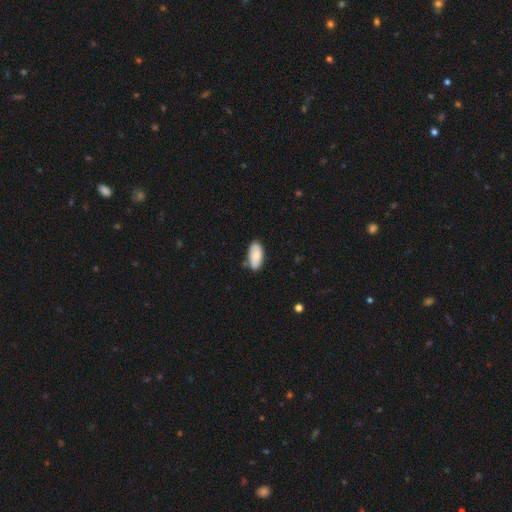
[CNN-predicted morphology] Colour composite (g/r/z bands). It shows a smooth galaxy with no disk features (77%) that is in between round and cigar-shaped (92%). Merging: none (80%).